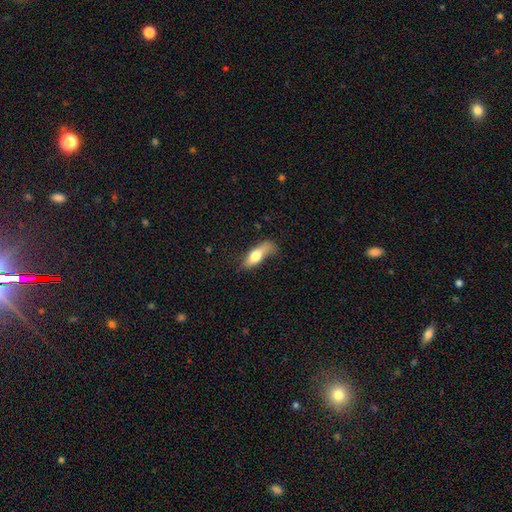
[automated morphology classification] This is likely a smooth galaxy (68%). How rounded: likely in between (60%). Merging: marginally none (44%).